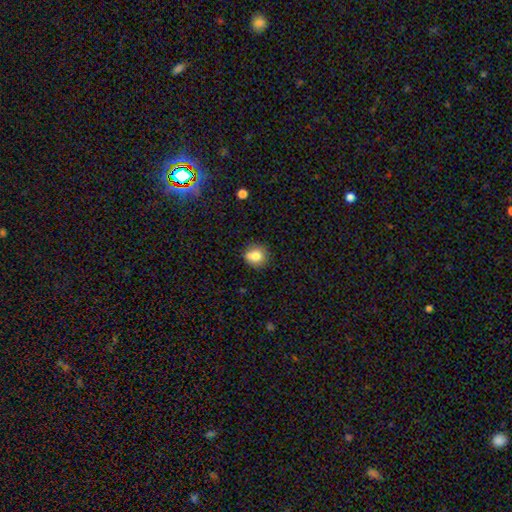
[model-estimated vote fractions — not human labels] This appears to be a smooth galaxy with no disk features (78%) that is round (85%). Merging: none (70%).